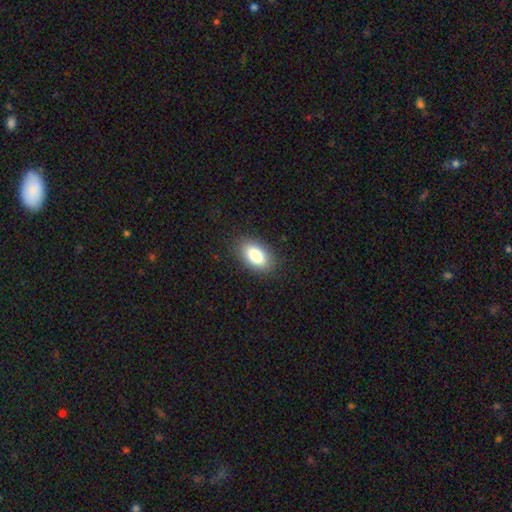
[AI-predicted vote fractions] smooth_or_featured: smooth (p=0.83) [alt: featured or disk p=0.10]
how_rounded: in between (p=0.92) [alt: round p=0.06]
merging: none (p=0.87) [alt: minor disturbance p=0.09]